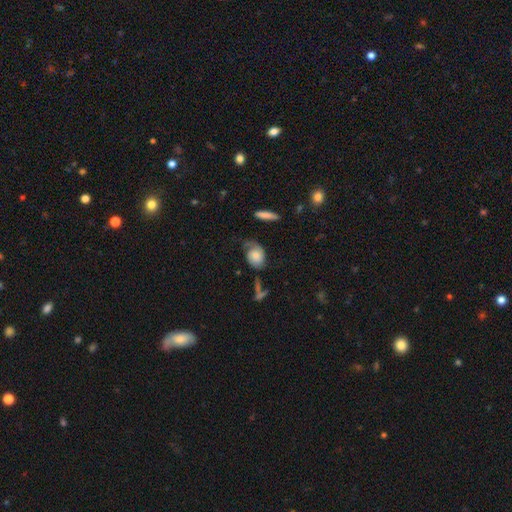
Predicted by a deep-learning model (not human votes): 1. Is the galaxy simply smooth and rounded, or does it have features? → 54% featured or disk, 38% smooth, 8% star or artifact.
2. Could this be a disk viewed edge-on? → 95% no, 5% yes.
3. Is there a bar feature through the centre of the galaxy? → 78% no, 18% weak, 4% strong.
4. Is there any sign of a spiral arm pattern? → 85% yes, 15% no.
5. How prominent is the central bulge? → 48% moderate, 35% small, 9% large, 5% none, 3% dominant.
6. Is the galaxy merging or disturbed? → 44% none, 26% major disturbance, 25% minor disturbance, 5% merger.